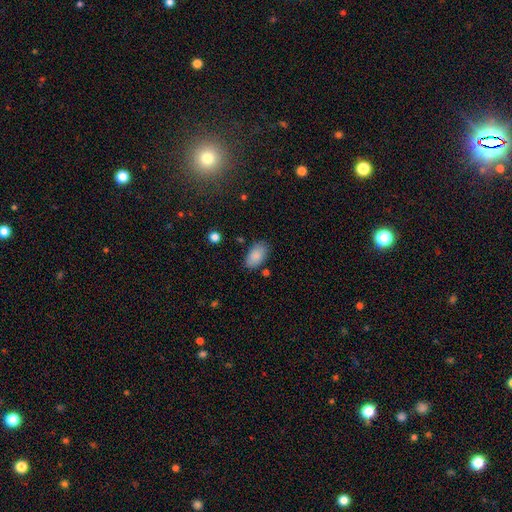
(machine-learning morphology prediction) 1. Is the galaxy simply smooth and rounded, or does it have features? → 87% smooth, 7% star or artifact, 6% featured or disk.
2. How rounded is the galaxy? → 94% in between, 4% round, 2% cigar-shaped.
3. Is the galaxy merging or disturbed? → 82% none, 13% minor disturbance, 3% major disturbance, 3% merger.